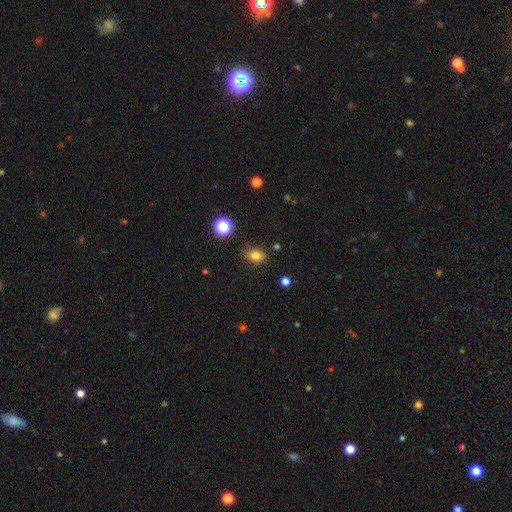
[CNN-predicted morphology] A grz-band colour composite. It shows a smooth galaxy with no disk features (78%) that is in between round and cigar-shaped (72%). Merging: none (78%).